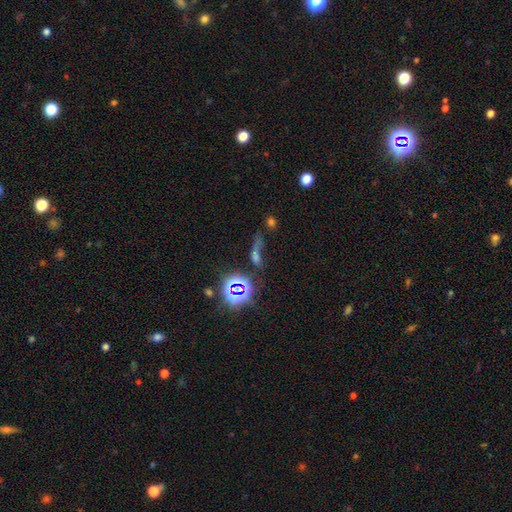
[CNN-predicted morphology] Smooth or featured? Predicted: star or artifact (p=0.49).